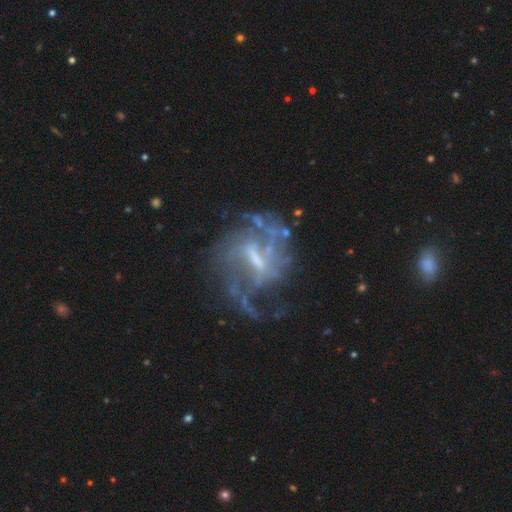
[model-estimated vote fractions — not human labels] Smooth or featured?
  - featured or disk: 85% *
  - star or artifact: 9%
  - smooth: 6%
Edge-on disk?
  - no: 97% *
  - yes: 3%
Bar?
  - weak: 48% *
  - strong: 39%
  - no: 13%
Spiral arms?
  - yes: 91% *
  - no: 9%
Spiral winding?
  - medium: 46% *
  - loose: 32%
  - tight: 22%
Spiral arm count?
  - 2: 50% *
  - can't tell: 23%
  - 3: 11%
  - 1: 6%
  - 4: 5%
  - more than 4: 4%
Bulge size?
  - small: 44% *
  - moderate: 31%
  - none: 21%
  - large: 4%
  - dominant: 1%
Merging?
  - none: 57% *
  - major disturbance: 22%
  - minor disturbance: 18%
  - merger: 4%